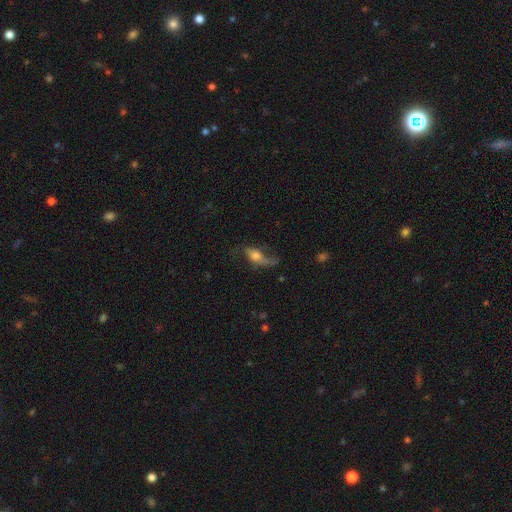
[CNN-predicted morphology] Smooth or featured? featured or disk (53%)
Edge-on disk? no (80%)
Merging? none (41%)